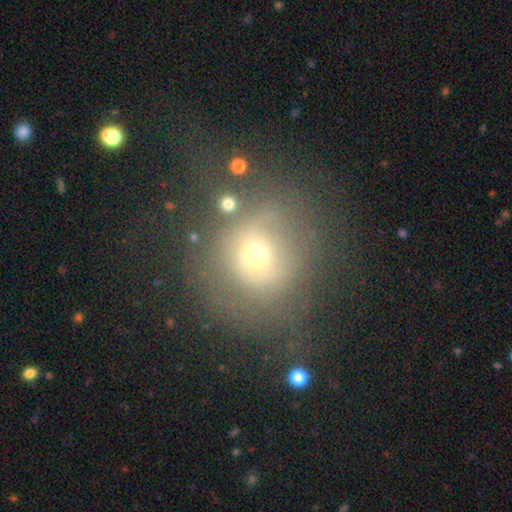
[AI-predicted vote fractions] smooth_or_featured: smooth (p=0.50) [alt: featured or disk p=0.34]
merging: none (p=0.45) [alt: major disturbance p=0.29]